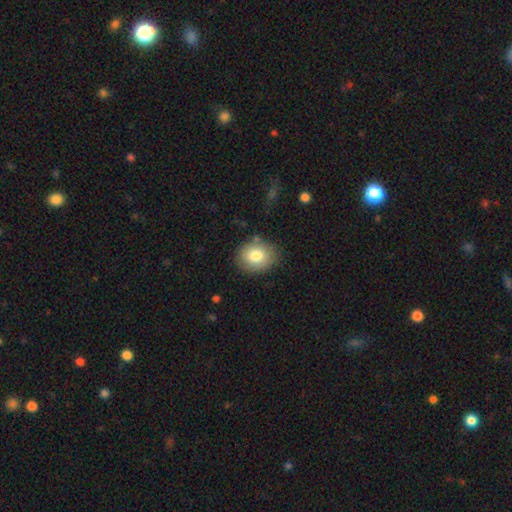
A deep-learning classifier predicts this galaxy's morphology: This appears to be a smooth galaxy with no disk features (80%) that is round (55%). Merging: none (82%).